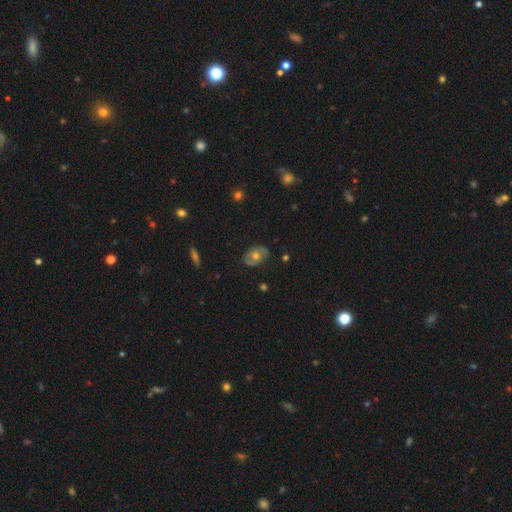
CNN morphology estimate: Smooth or featured? Predicted: smooth (p=0.51). How rounded? Predicted: in between (p=0.74). Merging? Predicted: none (p=0.81).